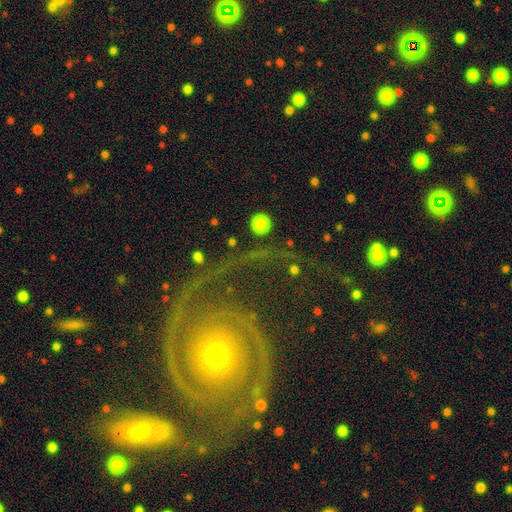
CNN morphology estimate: smooth-or-featured: featured or disk: 88% | star or artifact: 7% | smooth: 5%
  disk-edge-on: no: 98% | yes: 2%
    bar: no: 80% | weak: 13% | strong: 8%
    has-spiral-arms: yes: 97% | no: 3%
      spiral-winding: tight: 55% | medium: 33% | loose: 12%
      spiral-arm-count: 2: 87% | can't tell: 3% | 3: 3% | 1: 2% | 4: 2% | more than 4: 2%
    bulge-size: small: 71% | moderate: 24% | large: 2% | none: 1% | dominant: 1%
  merging: none: 69% | minor disturbance: 13% | major disturbance: 12% | merger: 6%